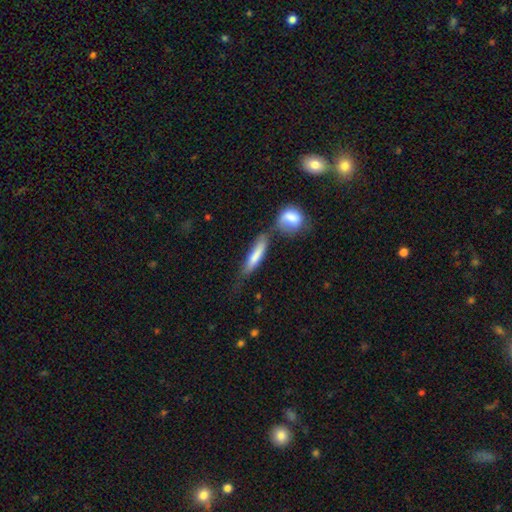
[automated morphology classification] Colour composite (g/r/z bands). It shows a smooth galaxy with no disk features (73%) that is cigar-shaped (73%). Merging: none (42%).